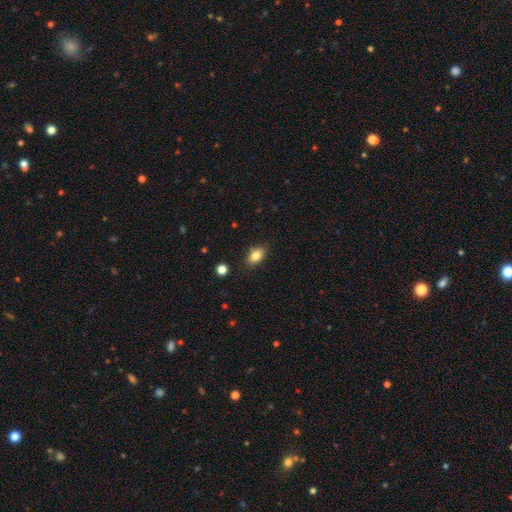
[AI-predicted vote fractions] This appears to be a smooth galaxy with no disk features (83%) that is in between round and cigar-shaped (85%). Merging: none (84%).